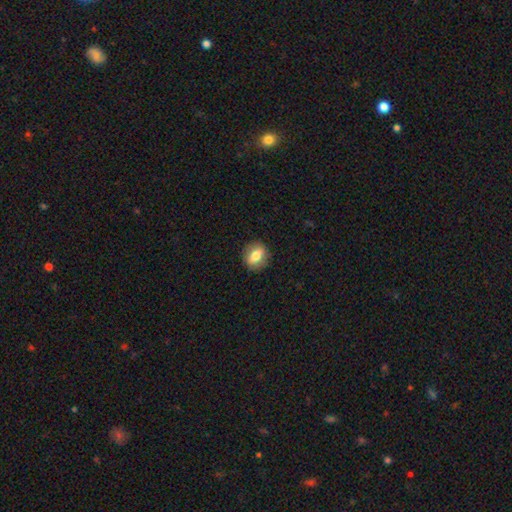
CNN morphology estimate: This is likely a smooth galaxy (67%). How rounded: possibly round (51%). Merging: clearly none (87%).